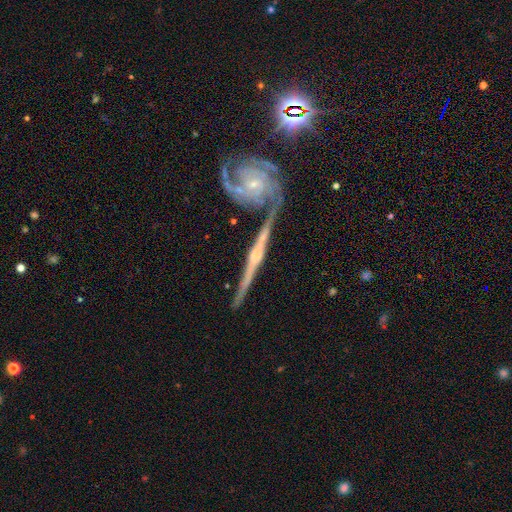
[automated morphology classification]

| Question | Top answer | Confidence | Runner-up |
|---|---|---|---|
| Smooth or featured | featured or disk | 87% | smooth (8%) |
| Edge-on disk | yes | 92% | no (8%) |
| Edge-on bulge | rounded | 64% | boxy (19%) |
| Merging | none | 58% | merger (25%) |